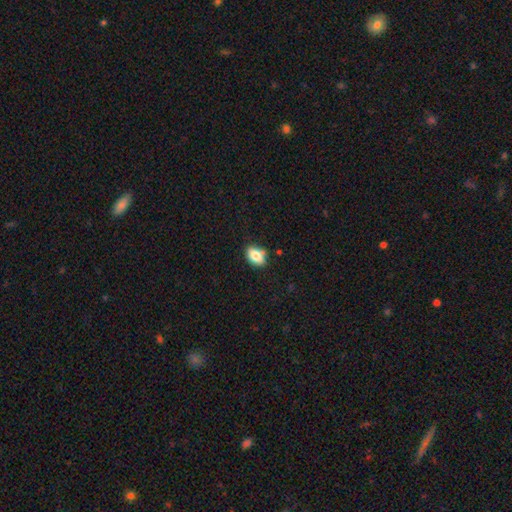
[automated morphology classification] smooth 81%, featured or disk 10%, star or artifact 9%. Down the decision tree: how rounded — in between (78%); merging — none (70%).